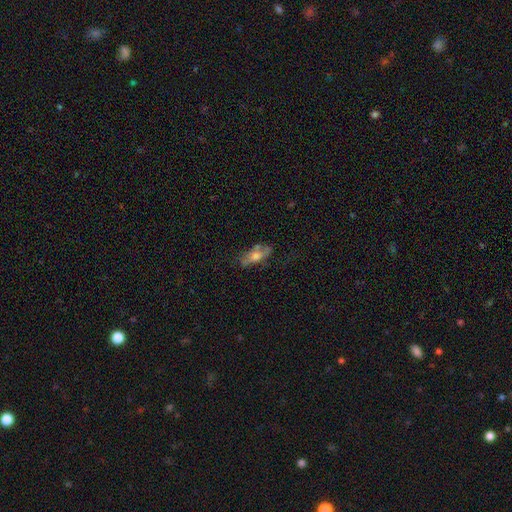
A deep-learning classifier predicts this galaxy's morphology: Smooth or featured? smooth (49%)
Merging? none (59%)